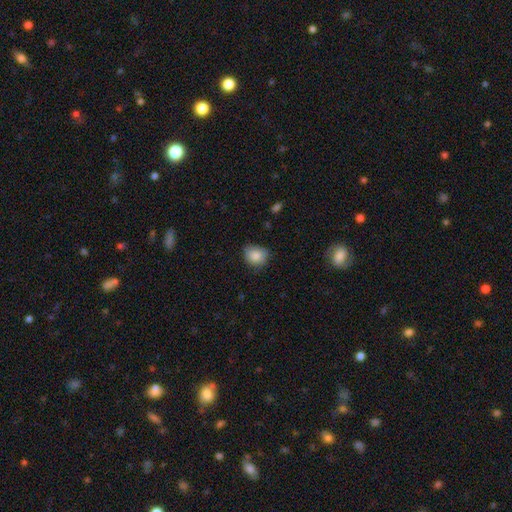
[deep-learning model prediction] Smooth or featured?
  - smooth: 85% *
  - star or artifact: 9%
  - featured or disk: 7%
How rounded?
  - round: 69% *
  - in between: 30%
  - cigar-shaped: 1%
Merging?
  - none: 69% *
  - minor disturbance: 25%
  - major disturbance: 4%
  - merger: 1%